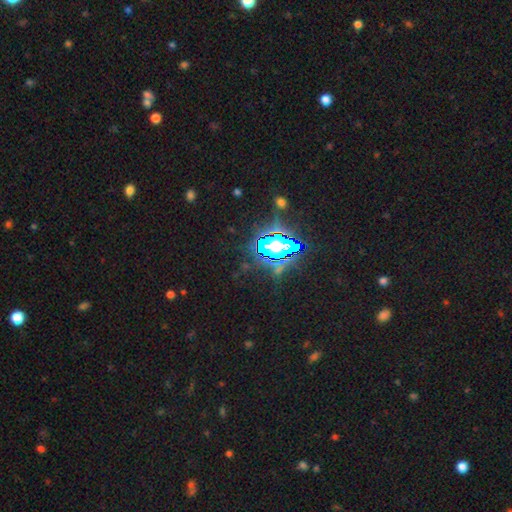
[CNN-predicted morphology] Smooth or featured: star or artifact — 83% (smooth — 10%)